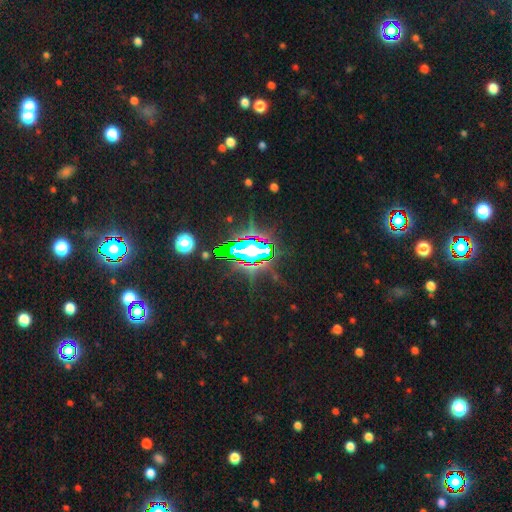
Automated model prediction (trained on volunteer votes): This is likely a star or artifact rather than a galaxy (74%).